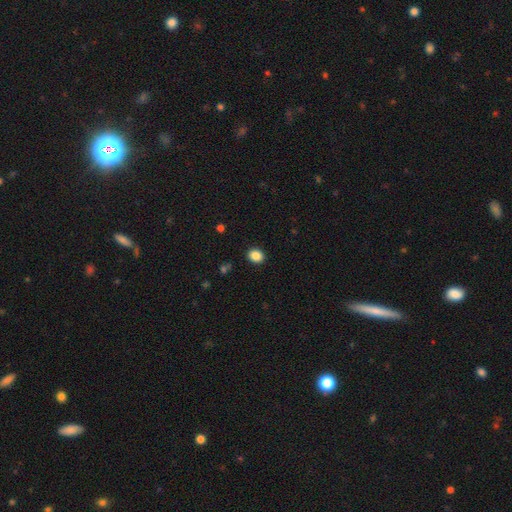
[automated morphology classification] Overall: smooth (87%). How rounded: round (54%; in between 45%). Merging: none (90%).